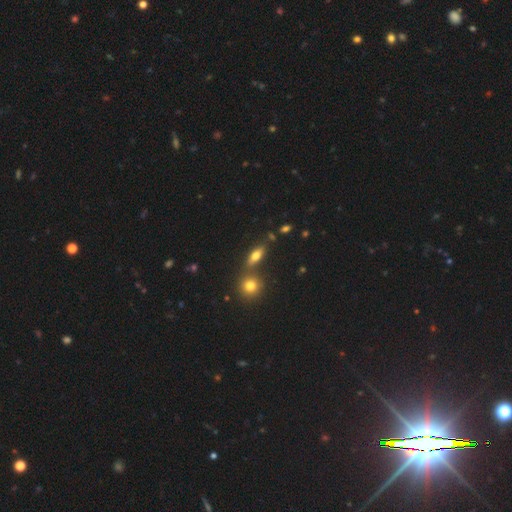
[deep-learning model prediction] Smooth or featured? Predicted: smooth (p=0.63). How rounded? Predicted: in between (p=0.65). Merging? Predicted: none (p=0.68).